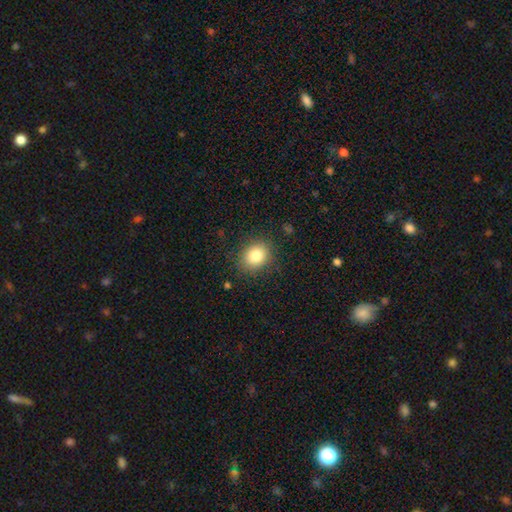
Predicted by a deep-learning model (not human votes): A smooth galaxy with no disk features (83%) that is round (61%).

Vote fractions:
- Smooth or featured? smooth: 83% / star or artifact: 10% / featured or disk: 7%
- How rounded? round: 61% / in between: 38% / cigar-shaped: 1%
- Merging? none: 85% / minor disturbance: 10% / major disturbance: 3% / merger: 1%